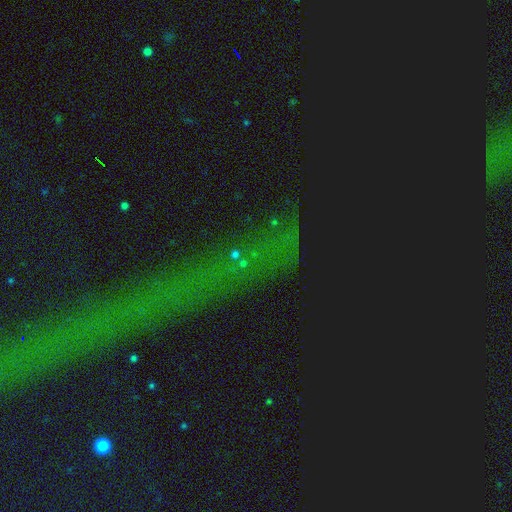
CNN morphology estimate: Smooth or featured? Predicted: star or artifact (p=0.77).